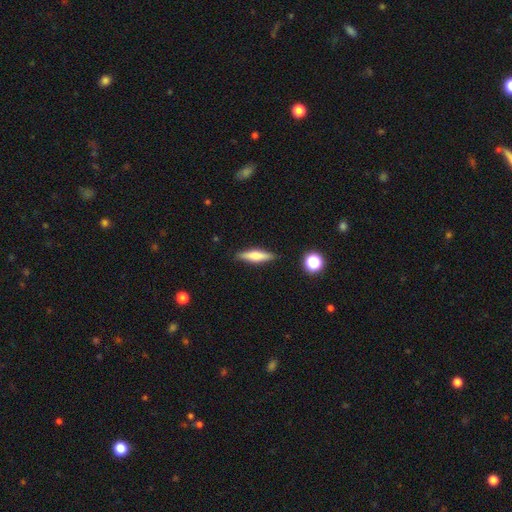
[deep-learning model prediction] This is likely a smooth galaxy (62%). How rounded: likely cigar-shaped (73%). Merging: clearly none (87%).